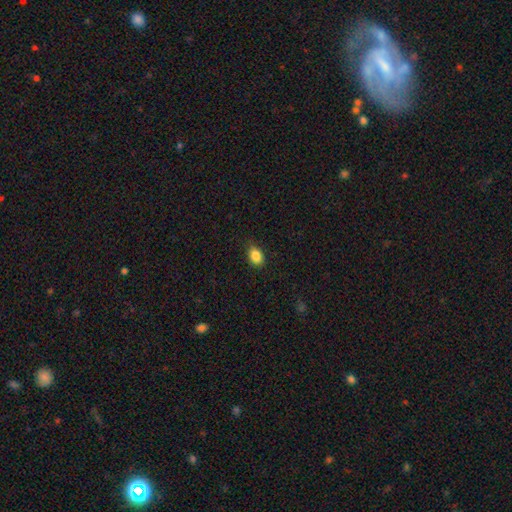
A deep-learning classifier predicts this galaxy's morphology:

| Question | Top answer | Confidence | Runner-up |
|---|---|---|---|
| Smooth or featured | smooth | 86% | star or artifact (9%) |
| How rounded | in between | 77% | round (21%) |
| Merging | none | 83% | minor disturbance (13%) |